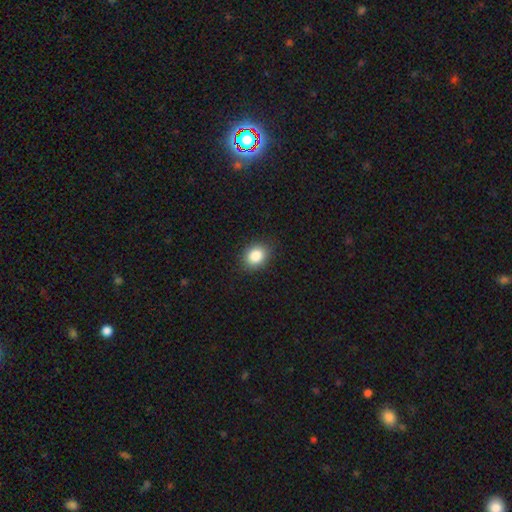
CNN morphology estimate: A smooth galaxy with no disk features (86%) that is in between round and cigar-shaped (54%).

Vote fractions:
- Smooth or featured? smooth: 86% / star or artifact: 9% / featured or disk: 5%
- How rounded? in between: 54% / round: 45% / cigar-shaped: 1%
- Merging? none: 87% / minor disturbance: 9% / major disturbance: 2% / merger: 1%